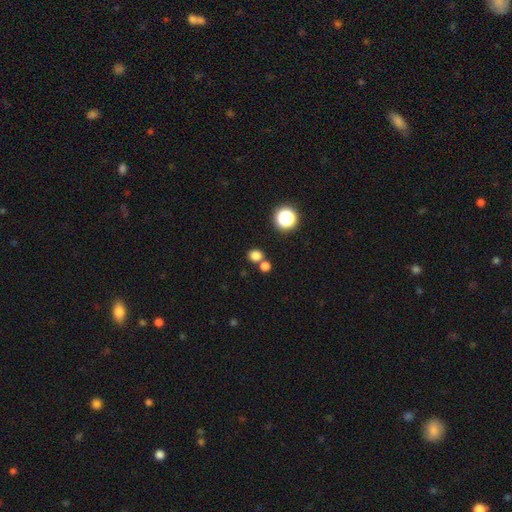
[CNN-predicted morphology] This is likely a smooth galaxy (78%). How rounded: likely round (74%). Merging: likely none (61%).